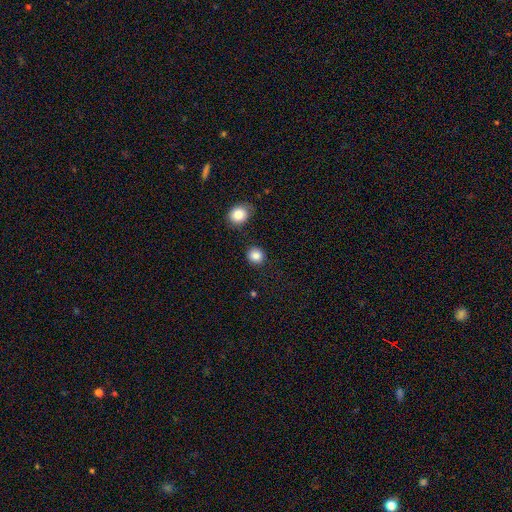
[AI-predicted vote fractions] Smooth or featured? smooth (87%)
How rounded? round (89%)
Merging? none (87%)